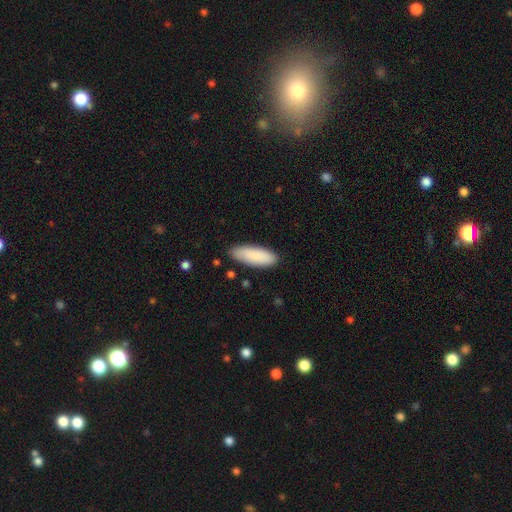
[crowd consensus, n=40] A smooth galaxy with no disk features (90%) that is in between round and cigar-shaped (86%).

Vote fractions:
- Smooth or featured? smooth: 90% / featured or disk: 5% / star or artifact: 5%
- How rounded? in between: 86% / cigar-shaped: 14% / round: 0%
- Merging? none: 89% / minor disturbance: 5% / major disturbance: 5% / merger: 0%